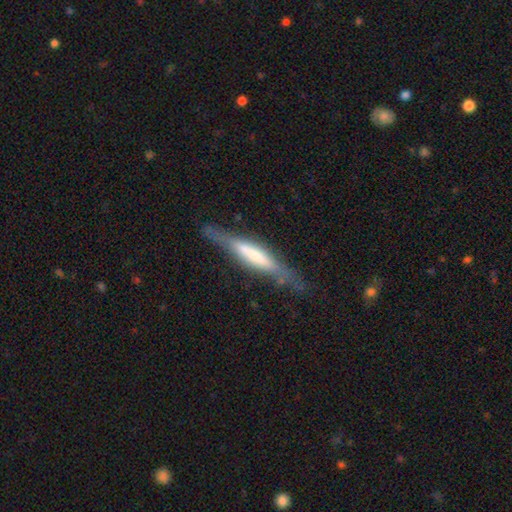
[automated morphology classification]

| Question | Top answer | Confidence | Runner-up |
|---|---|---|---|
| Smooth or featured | featured or disk | 59% | smooth (35%) |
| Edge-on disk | yes | 92% | no (8%) |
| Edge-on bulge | rounded | 36% | boxy (35%) |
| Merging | none | 75% | minor disturbance (17%) |